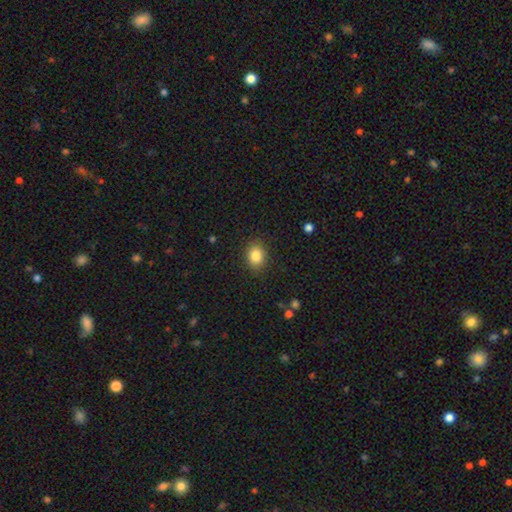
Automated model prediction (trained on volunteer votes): This appears to be a smooth galaxy with no disk features (85%) that is in between round and cigar-shaped (54%). Merging: none (88%).